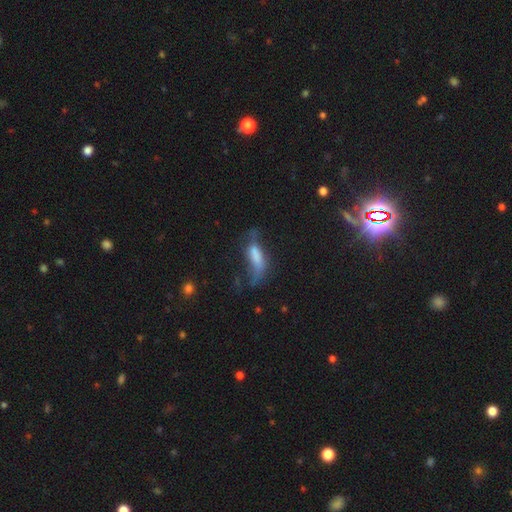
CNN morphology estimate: Smooth or featured? Predicted: smooth (p=0.48). Merging? Predicted: major disturbance (p=0.38).